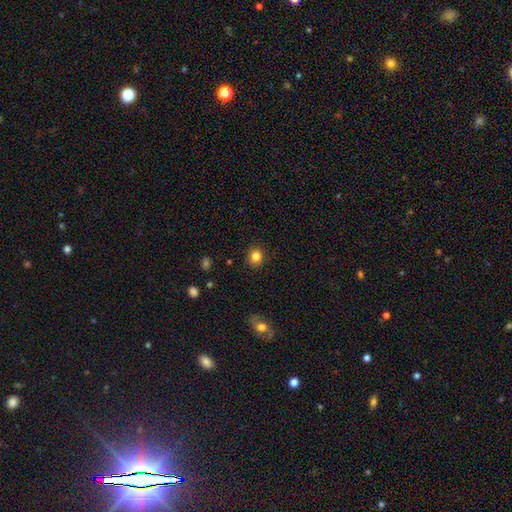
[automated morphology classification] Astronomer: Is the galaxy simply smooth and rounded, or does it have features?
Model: smooth — 84%.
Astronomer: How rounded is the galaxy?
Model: round — 87%.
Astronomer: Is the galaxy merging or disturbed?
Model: none — 90%.